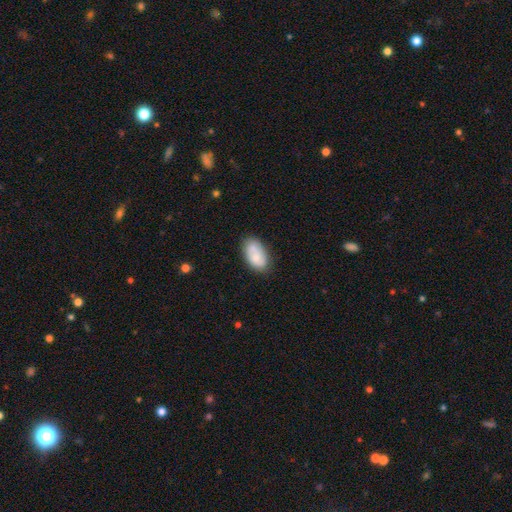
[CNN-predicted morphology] This is likely a smooth galaxy (72%). How rounded: clearly in between (93%). Merging: likely none (69%).